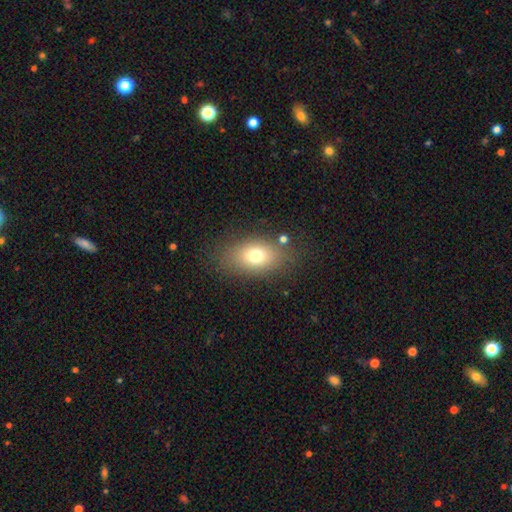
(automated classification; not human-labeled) Smooth or featured: smooth — 73% (featured or disk — 15%)
How rounded: in between — 79% (round — 19%)
Merging: none — 79% (minor disturbance — 12%)